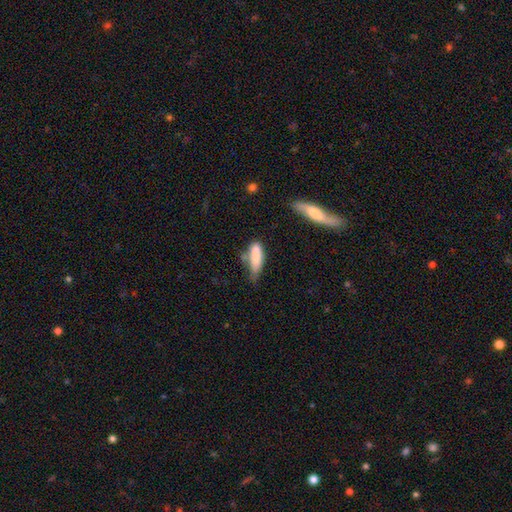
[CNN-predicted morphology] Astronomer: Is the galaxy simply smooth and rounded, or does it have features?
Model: smooth — 81%.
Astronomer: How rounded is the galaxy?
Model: in between — 55% (runner-up: cigar-shaped, 43%).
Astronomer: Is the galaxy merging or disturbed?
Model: minor disturbance — 37% (runner-up: none, 36%).